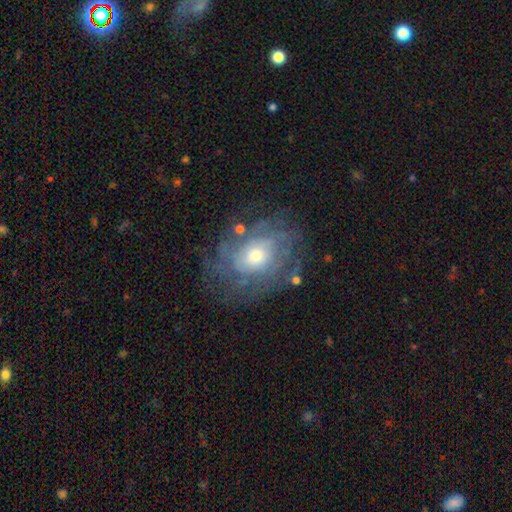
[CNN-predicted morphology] Q: Smooth or featured?
A: featured or disk (76%); runner-up: smooth (16%)
Q: Edge-on disk?
A: no (96%); runner-up: yes (4%)
Q: Bar?
A: no (79%); runner-up: weak (18%)
Q: Spiral arms?
A: yes (83%); runner-up: no (17%)
Q: Spiral winding?
A: tight (61%); runner-up: medium (28%)
Q: Spiral arm count?
A: can't tell (55%); runner-up: 4 (11%)
Q: Bulge size?
A: moderate (58%); runner-up: small (28%)
Q: Merging?
A: none (67%); runner-up: minor disturbance (18%)